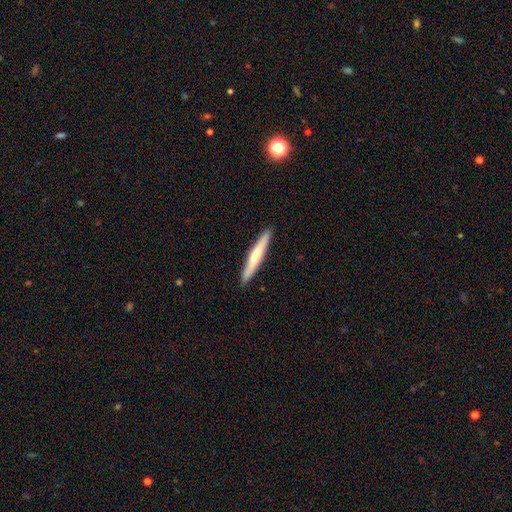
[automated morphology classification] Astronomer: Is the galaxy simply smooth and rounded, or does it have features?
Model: smooth — 60% (runner-up: featured or disk, 36%).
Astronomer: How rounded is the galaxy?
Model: cigar-shaped — 95%.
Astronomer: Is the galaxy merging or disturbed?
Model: none — 91%.